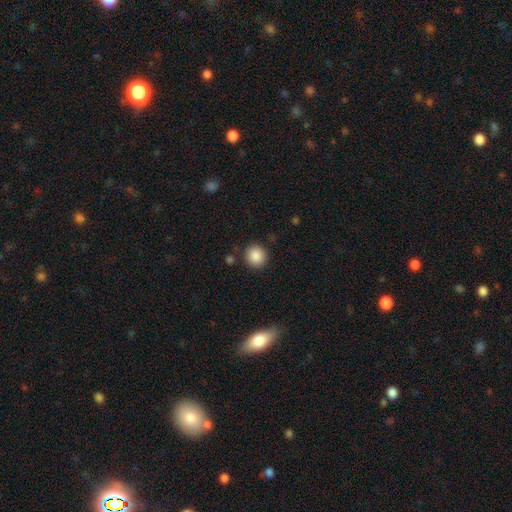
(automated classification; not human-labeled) The model was most divided on "smooth or featured": smooth: 87%, star or artifact: 9%, featured or disk: 4%. More confident: how rounded — round (92%); merging — none (88%).